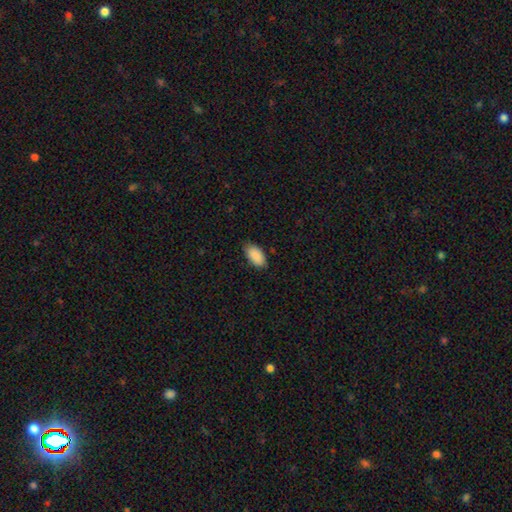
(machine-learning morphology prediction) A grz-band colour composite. It shows a smooth galaxy with no disk features (90%) that is in between round and cigar-shaped (95%). Merging: none (82%).